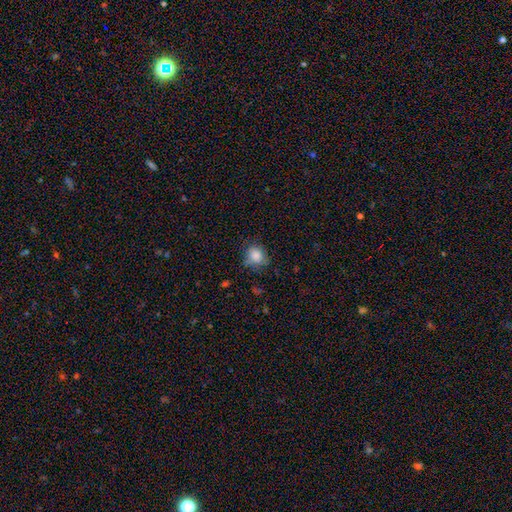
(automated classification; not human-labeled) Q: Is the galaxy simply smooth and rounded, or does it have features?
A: smooth — 85%.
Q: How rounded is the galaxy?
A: round — 70%.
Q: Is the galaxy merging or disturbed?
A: none — 66%.